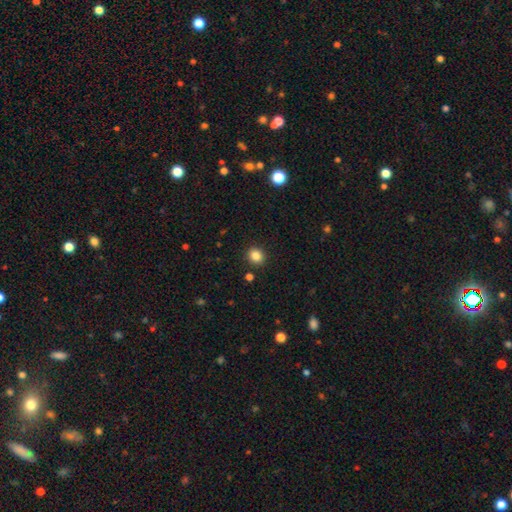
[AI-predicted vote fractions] Smooth or featured: smooth — 85% (star or artifact — 11%)
How rounded: round — 72% (in between — 27%)
Merging: none — 89% (minor disturbance — 7%)